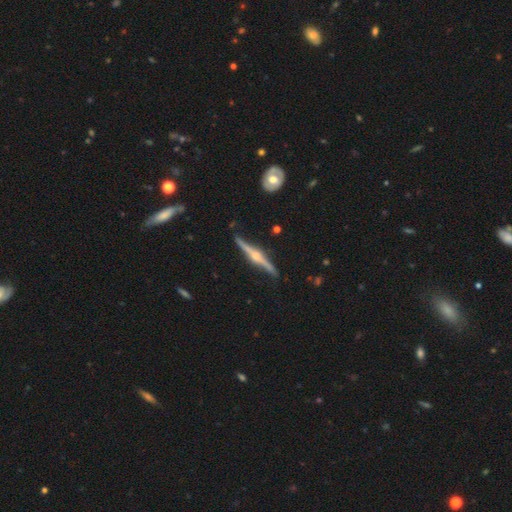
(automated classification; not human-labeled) A featured or disk galaxy (85%) viewed edge-on (98%) with a rounded central bulge (90%). Merging: none (87%).